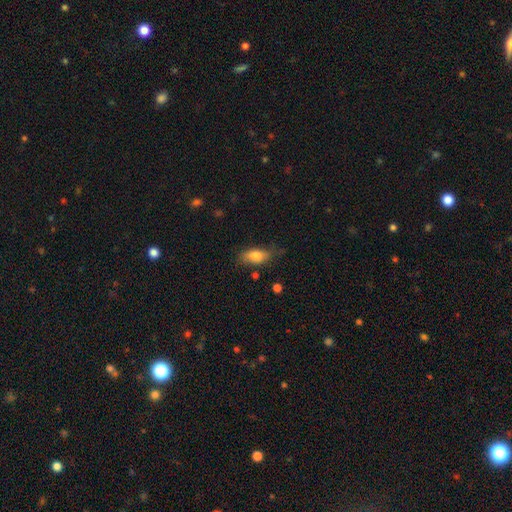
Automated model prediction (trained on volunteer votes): This is likely a smooth galaxy (76%). How rounded: clearly in between (84%). Merging: likely none (60%).